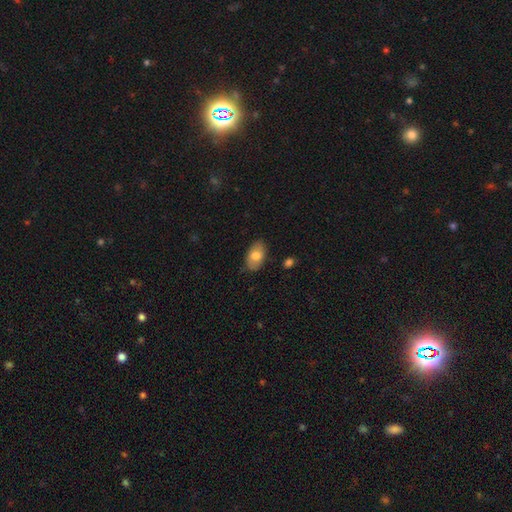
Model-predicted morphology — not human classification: This is likely a smooth galaxy (76%). How rounded: clearly in between (92%). Merging: clearly none (83%).